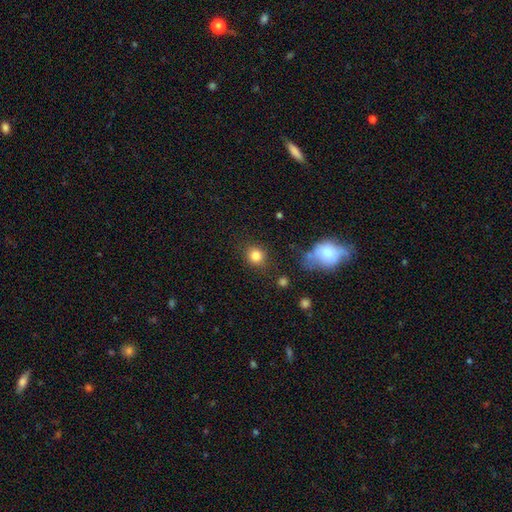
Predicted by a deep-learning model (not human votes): A smooth galaxy with no disk features (83%) that is round (84%).

Vote fractions:
- Smooth or featured? smooth: 83% / star or artifact: 11% / featured or disk: 6%
- How rounded? round: 84% / in between: 15% / cigar-shaped: 1%
- Merging? none: 84% / minor disturbance: 9% / major disturbance: 4% / merger: 3%